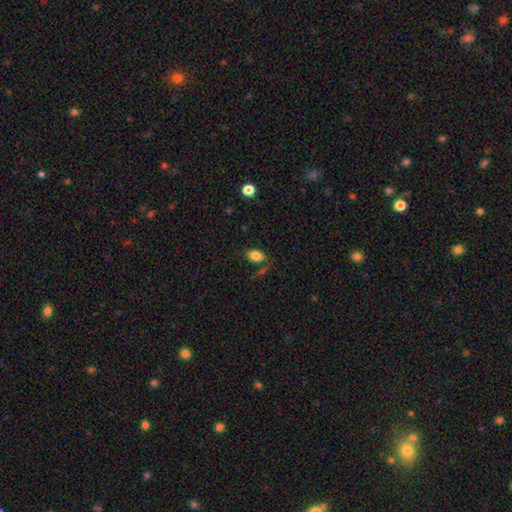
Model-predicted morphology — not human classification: Q: Smooth or featured?
A: smooth (82%); runner-up: star or artifact (10%)
Q: How rounded?
A: in between (87%); runner-up: round (11%)
Q: Merging?
A: none (67%); runner-up: minor disturbance (17%)